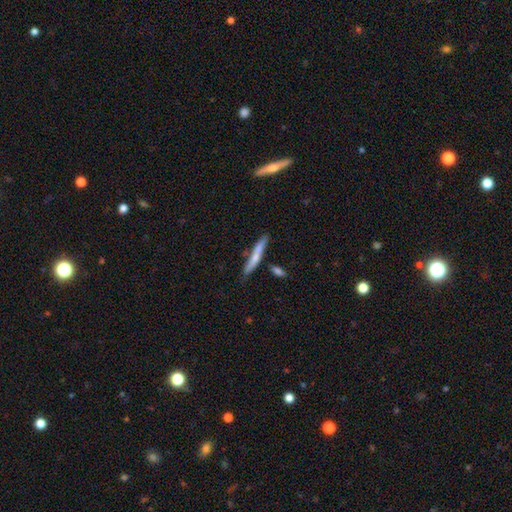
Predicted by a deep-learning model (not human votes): Smooth or featured: smooth — 58% (featured or disk — 36%)
How rounded: cigar-shaped — 93% (in between — 5%)
Merging: none — 71% (minor disturbance — 17%)